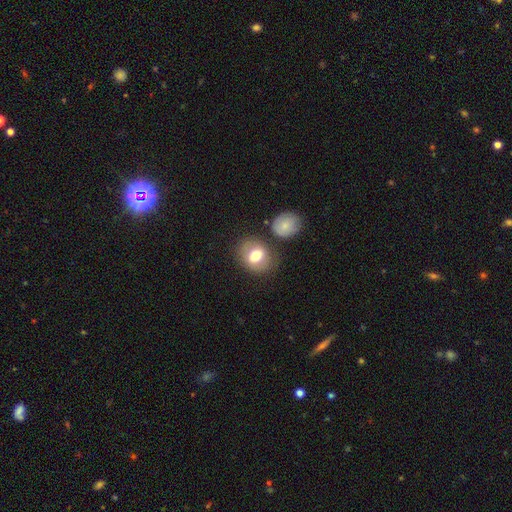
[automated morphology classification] smooth-or-featured: smooth: 70% | featured or disk: 22% | star or artifact: 8%
  how-rounded: in between: 49% (tied) | round: 49% (tied) | cigar-shaped: 1%
  merging: none: 70% | minor disturbance: 14% | merger: 10% | major disturbance: 6%